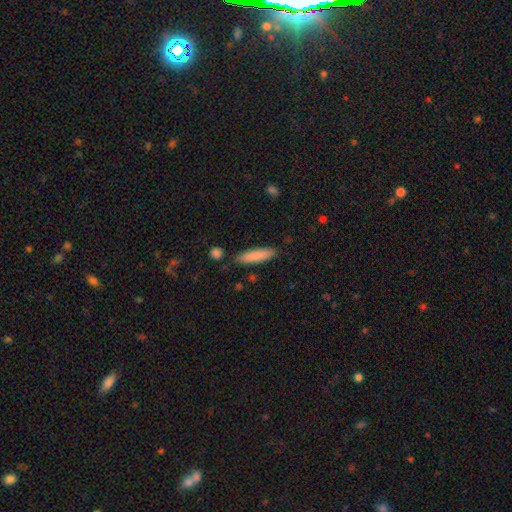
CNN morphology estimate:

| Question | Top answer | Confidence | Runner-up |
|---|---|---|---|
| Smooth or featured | smooth | 84% | featured or disk (10%) |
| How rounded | cigar-shaped | 74% | in between (24%) |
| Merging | none | 84% | minor disturbance (11%) |